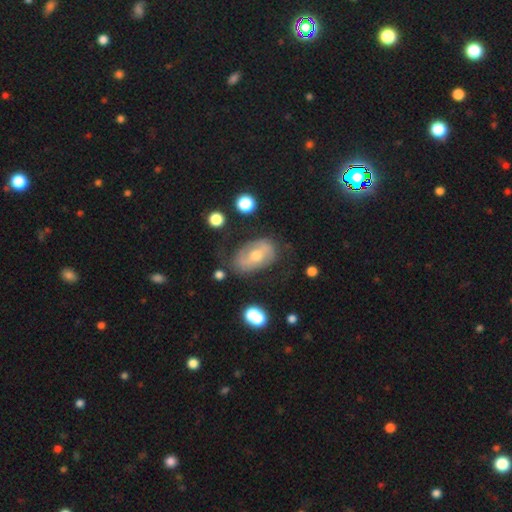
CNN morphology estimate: Smooth or featured? featured or disk (58%)
Edge-on disk? no (93%)
Bar? no (37%)
Spiral arms? yes (56%)
Bulge size? moderate (69%)
Merging? none (62%)